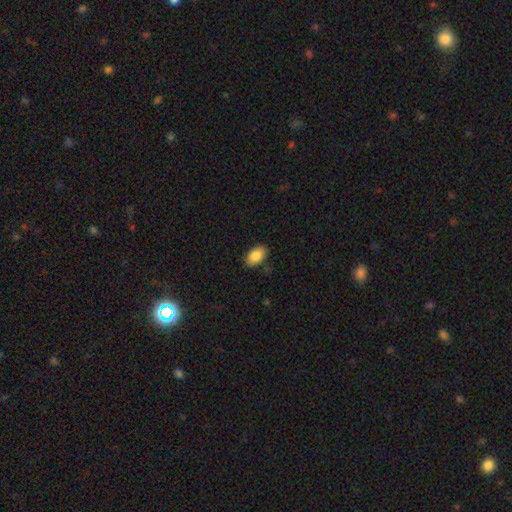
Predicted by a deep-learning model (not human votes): The model was most divided on "merging": none: 87%, minor disturbance: 10%, major disturbance: 2%, merger: 1%. More confident: how rounded — in between (92%); smooth or featured — smooth (86%).